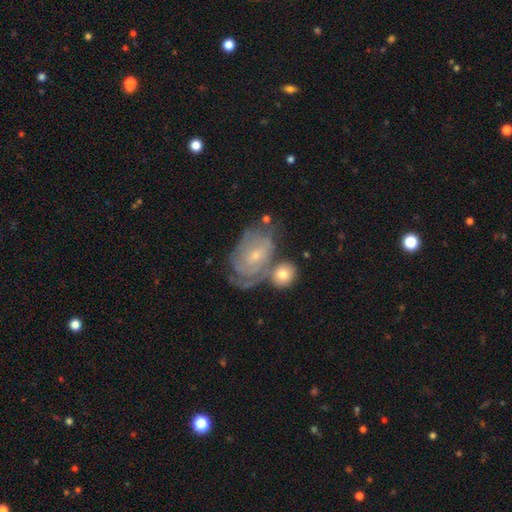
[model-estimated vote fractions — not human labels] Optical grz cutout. It shows a featured or disk galaxy (75%) with no bar (63%), tight (72%) spiral arms (91%) and a small central bulge (68%). Merging: none (56%).